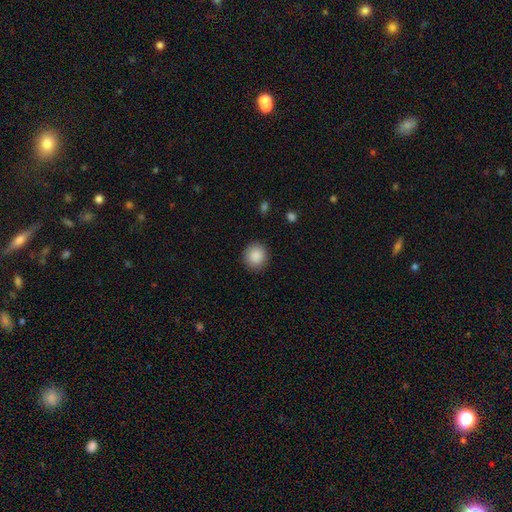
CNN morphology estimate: Smooth or featured?
  - smooth: 89% *
  - star or artifact: 8%
  - featured or disk: 4%
How rounded?
  - round: 87% *
  - in between: 12%
  - cigar-shaped: 1%
Merging?
  - none: 90% *
  - minor disturbance: 7%
  - major disturbance: 2%
  - merger: 1%